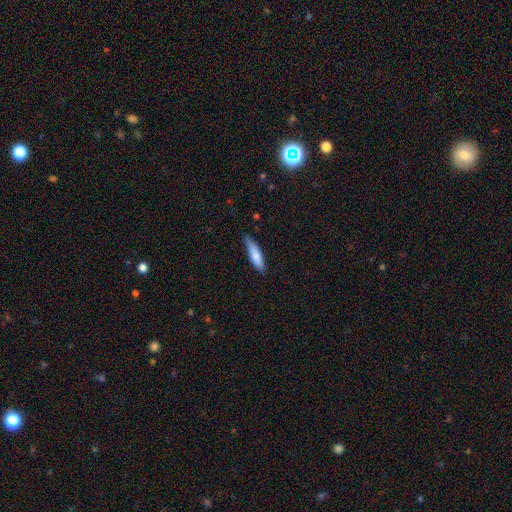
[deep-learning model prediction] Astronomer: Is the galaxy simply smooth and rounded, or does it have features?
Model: smooth — 80%.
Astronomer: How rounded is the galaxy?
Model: cigar-shaped — 69%.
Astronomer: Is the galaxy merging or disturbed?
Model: none — 76%.